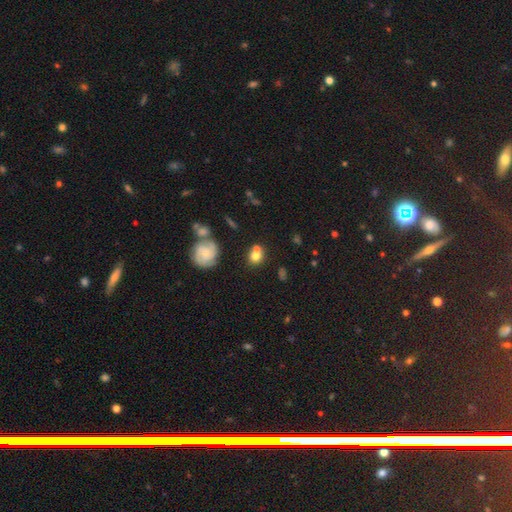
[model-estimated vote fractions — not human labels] Morphology: type=smooth (67%); roundness=round (78%); merging=none (53%).